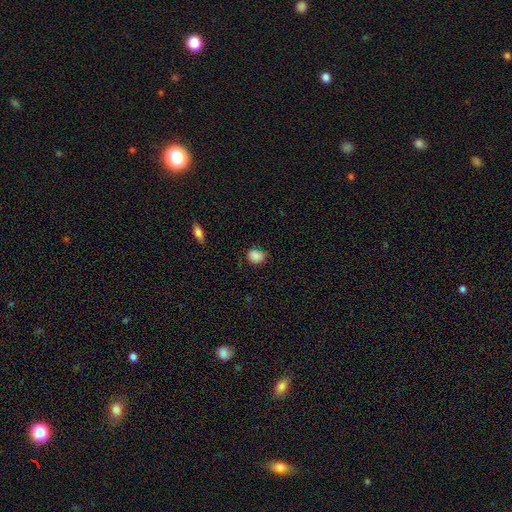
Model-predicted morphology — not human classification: Smooth or featured?
  - smooth: 85% *
  - star or artifact: 10%
  - featured or disk: 5%
How rounded?
  - round: 63% *
  - in between: 36%
  - cigar-shaped: 1%
Merging?
  - none: 77% *
  - minor disturbance: 18%
  - major disturbance: 3%
  - merger: 2%